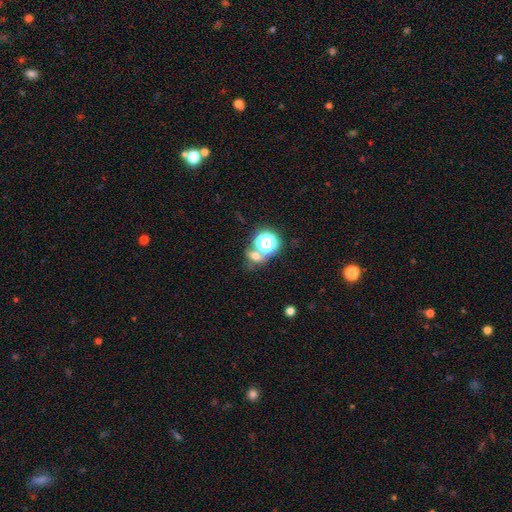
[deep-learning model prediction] smooth_or_featured: smooth (p=0.54) [alt: star or artifact p=0.34]
how_rounded: round (p=0.61) [alt: in between p=0.36]
merging: none (p=0.57) [alt: merger p=0.28]